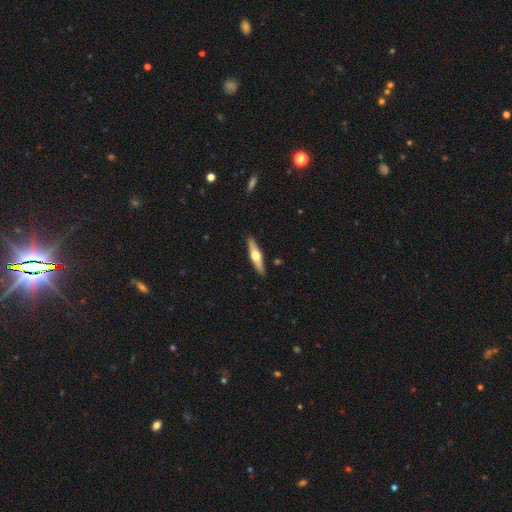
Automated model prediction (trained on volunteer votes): Smooth or featured?
  - featured or disk: 58% *
  - smooth: 37%
  - star or artifact: 5%
Edge-on disk?
  - yes: 94% *
  - no: 6%
Edge-on bulge?
  - rounded: 95% *
  - boxy: 3%
  - none: 2%
Merging?
  - none: 90% *
  - minor disturbance: 7%
  - major disturbance: 2%
  - merger: 1%